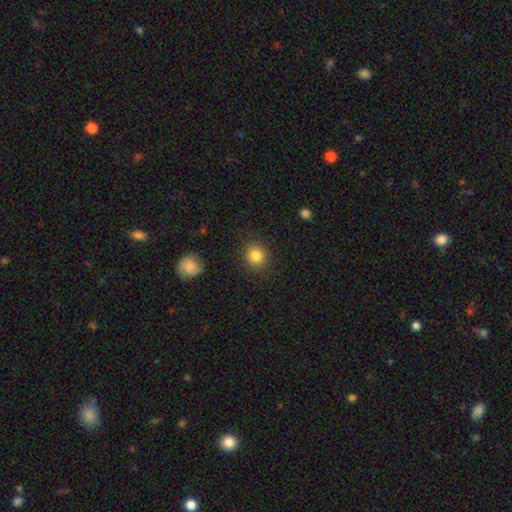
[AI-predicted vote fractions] This appears to be a smooth galaxy with no disk features (85%) that is round (84%). Merging: none (88%).